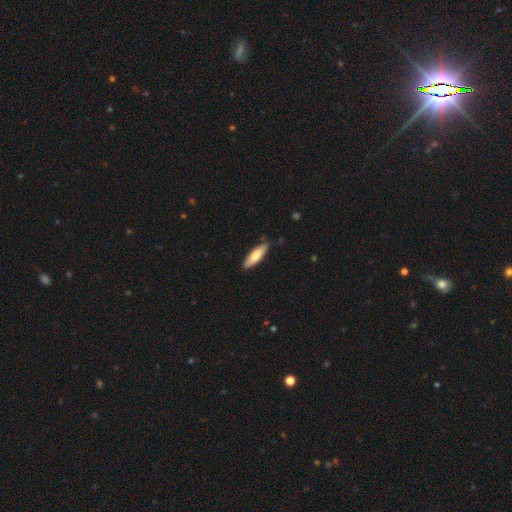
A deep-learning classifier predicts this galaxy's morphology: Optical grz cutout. It shows a smooth galaxy with no disk features (73%) that is cigar-shaped (60%). Merging: none (84%).